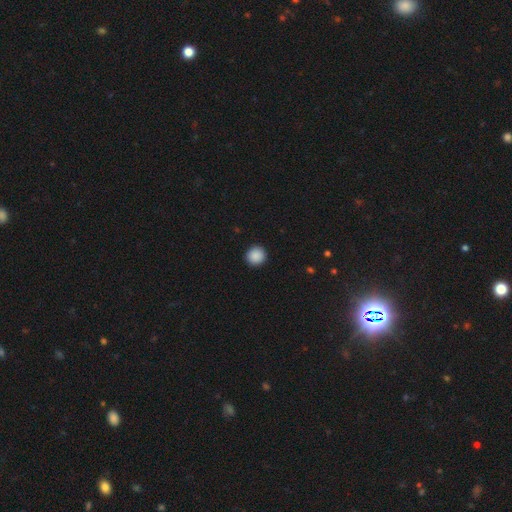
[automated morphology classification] Overall: smooth (89%). How rounded: round (94%). Merging: none (93%).